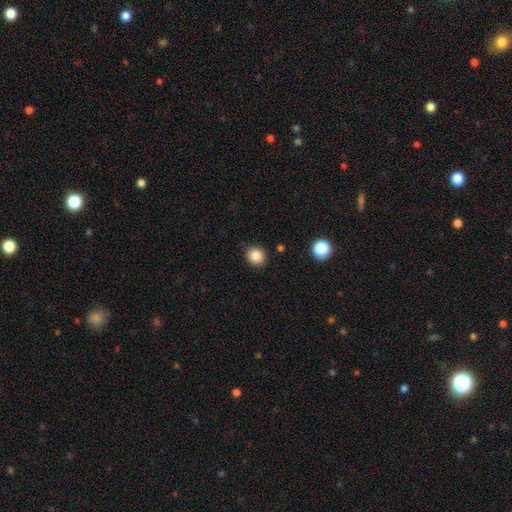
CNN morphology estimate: Smooth or featured?
  - smooth: 85% *
  - star or artifact: 10%
  - featured or disk: 5%
How rounded?
  - round: 85% *
  - in between: 14%
  - cigar-shaped: 1%
Merging?
  - none: 87% *
  - minor disturbance: 9%
  - major disturbance: 2%
  - merger: 2%